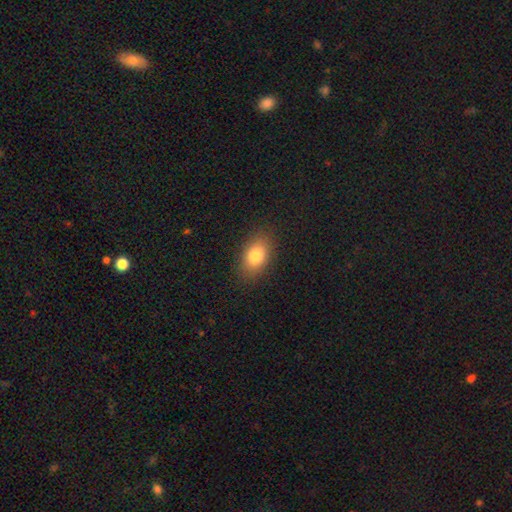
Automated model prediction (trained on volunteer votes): smooth 81%, featured or disk 10%, star or artifact 9%. Down the decision tree: how rounded — in between (85%); merging — none (87%).